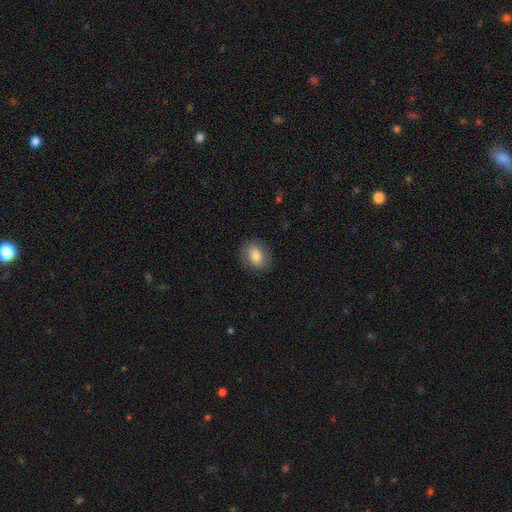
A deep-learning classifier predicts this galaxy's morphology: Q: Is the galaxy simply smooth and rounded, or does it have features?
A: smooth — 78%.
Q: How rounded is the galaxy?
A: in between — 59%.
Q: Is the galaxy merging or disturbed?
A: none — 85%.